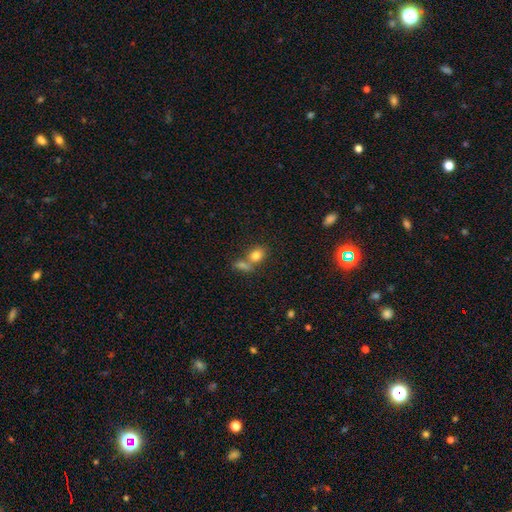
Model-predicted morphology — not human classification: Smooth or featured?
  - smooth: 80% *
  - star or artifact: 10%
  - featured or disk: 9%
How rounded?
  - in between: 57% *
  - round: 41%
  - cigar-shaped: 2%
Merging?
  - none: 44% *
  - merger: 43%
  - minor disturbance: 9%
  - major disturbance: 4%